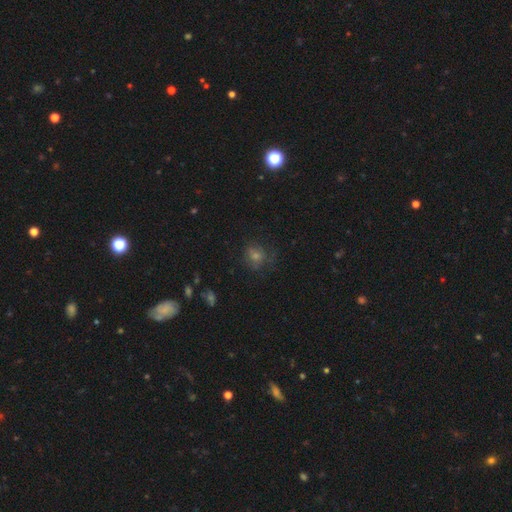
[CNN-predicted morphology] smooth_or_featured: smooth (p=0.50) [alt: star or artifact p=0.31]
how_rounded: round (p=0.78) [alt: in between p=0.21]
merging: none (p=0.69) [alt: minor disturbance p=0.18]